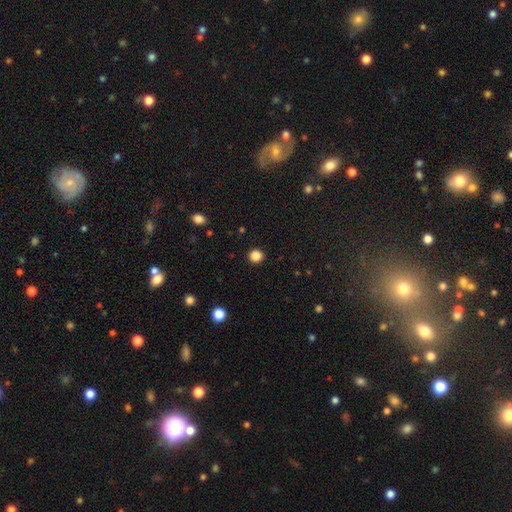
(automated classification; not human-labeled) Q: Smooth or featured?
A: smooth (85%); runner-up: star or artifact (12%)
Q: How rounded?
A: round (93%); runner-up: in between (6%)
Q: Merging?
A: none (92%); runner-up: minor disturbance (5%)